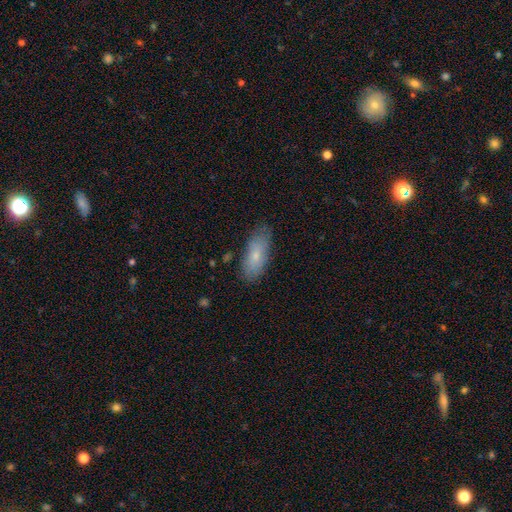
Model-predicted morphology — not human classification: This appears to be a smooth galaxy with no disk features (73%) that is in between round and cigar-shaped (81%). Merging: none (78%).